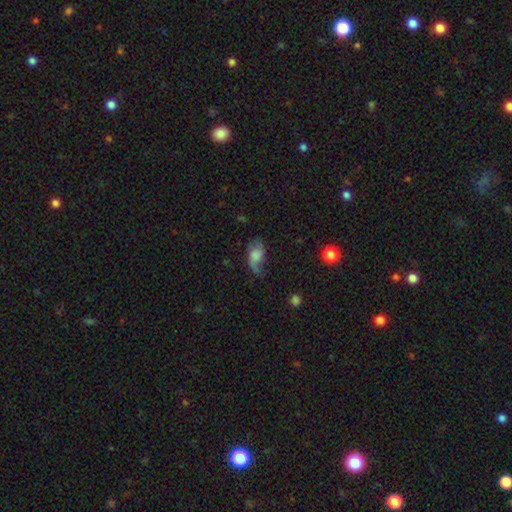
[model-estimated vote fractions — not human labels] This appears to be a smooth galaxy with no disk features (61%) that is in between round and cigar-shaped (89%). Merging: none (45%).